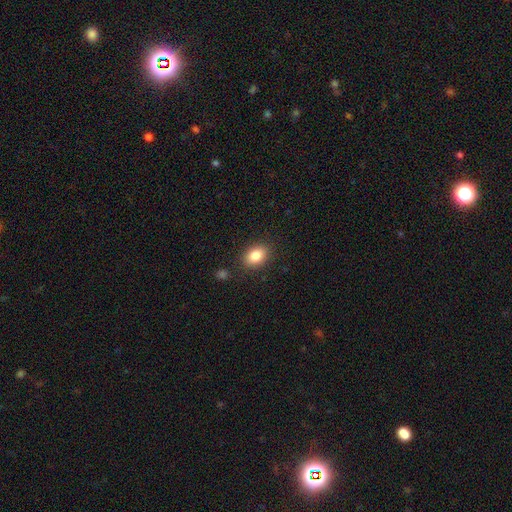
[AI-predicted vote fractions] smooth-or-featured: smooth: 84% | star or artifact: 8% | featured or disk: 8%
  how-rounded: in between: 78% | round: 21% | cigar-shaped: 1%
  merging: none: 86% | minor disturbance: 10% | major disturbance: 3% | merger: 2%